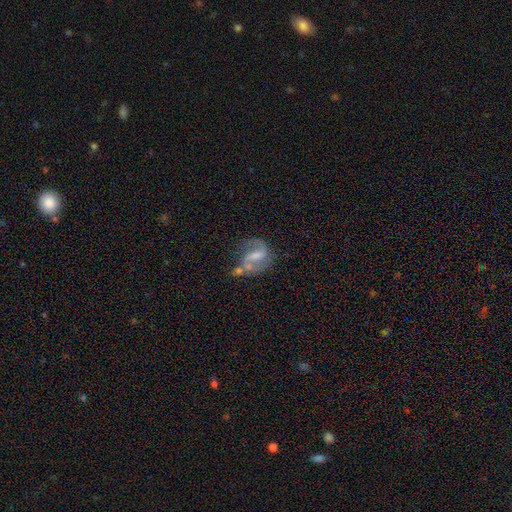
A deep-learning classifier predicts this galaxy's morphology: featured or disk 80%, smooth 14%, star or artifact 7%. Down the decision tree: edge-on disk — no (97%); bar — weak (51%); spiral arms — yes (92%); spiral arm count — 2 (87%); spiral winding — medium (48%); bulge size — small (44%); merging — none (46%).